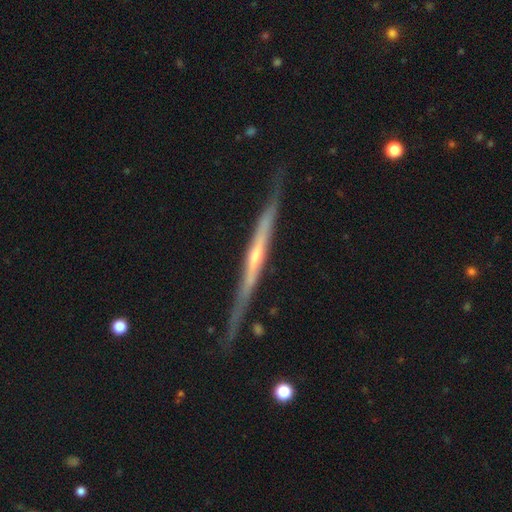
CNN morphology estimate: Q: Smooth or featured?
A: featured or disk (81%); runner-up: smooth (14%)
Q: Edge-on disk?
A: yes (97%); runner-up: no (3%)
Q: Edge-on bulge?
A: rounded (50%); runner-up: none (44%)
Q: Merging?
A: none (81%); runner-up: minor disturbance (15%)